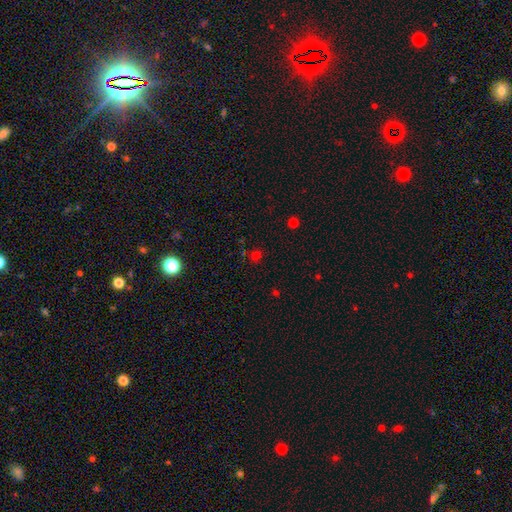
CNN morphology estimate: A smooth galaxy with no disk features (61%) that is round (81%). Merging: none (77%).